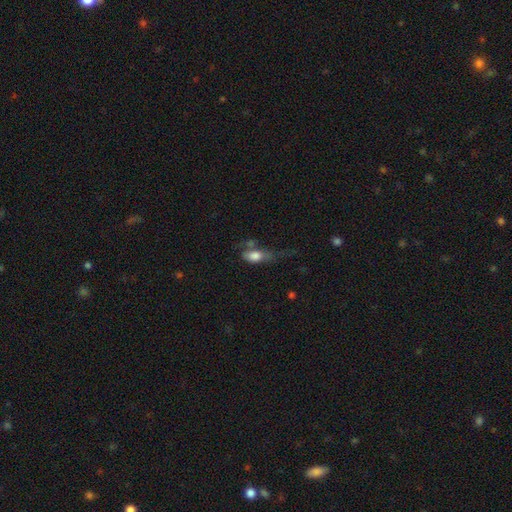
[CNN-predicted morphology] Q: Smooth or featured?
A: smooth (72%); runner-up: featured or disk (19%)
Q: How rounded?
A: in between (80%); runner-up: cigar-shaped (13%)
Q: Merging?
A: major disturbance (31%); runner-up: none (29%)